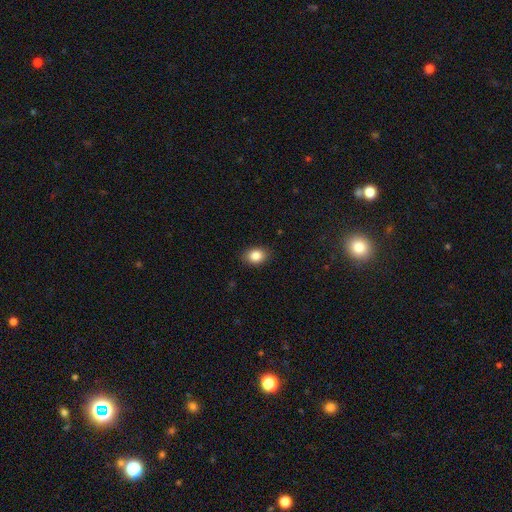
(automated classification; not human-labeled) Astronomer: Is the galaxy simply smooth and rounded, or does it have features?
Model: smooth — 86%.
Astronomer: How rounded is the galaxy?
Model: in between — 64%.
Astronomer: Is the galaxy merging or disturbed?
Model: none — 88%.